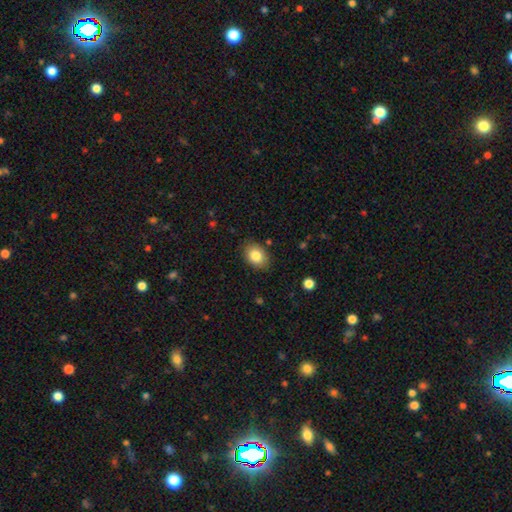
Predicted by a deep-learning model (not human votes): Overall: smooth (84%). How rounded: in between (71%). Merging: none (84%).